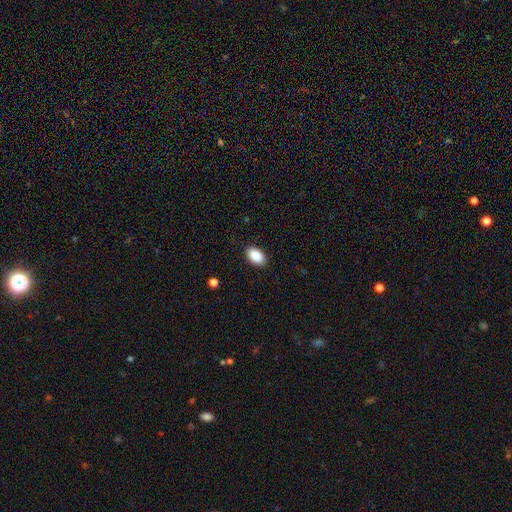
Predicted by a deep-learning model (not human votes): smooth 89%, star or artifact 7%, featured or disk 3%. Down the decision tree: how rounded — in between (93%); merging — none (88%).